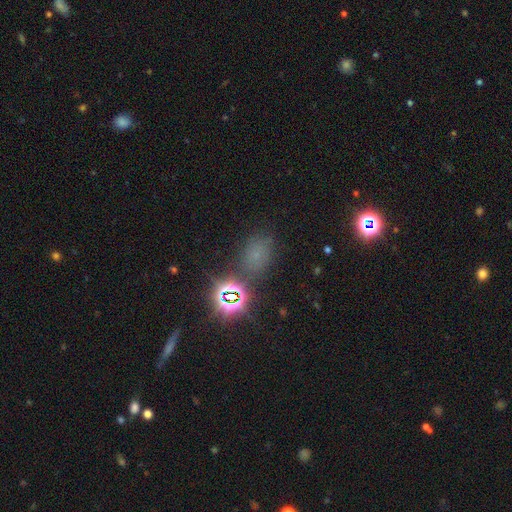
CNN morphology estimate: type=star or artifact (49%).